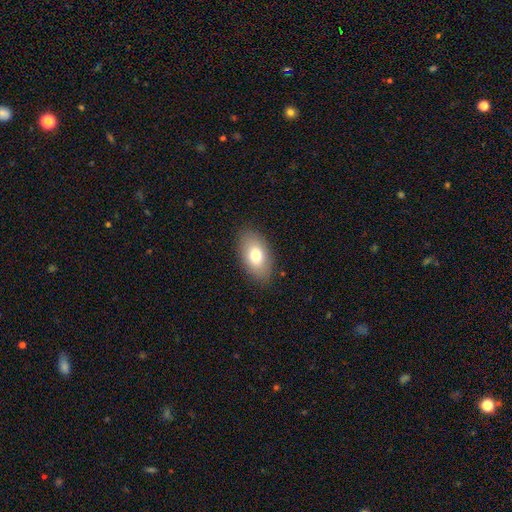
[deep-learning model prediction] This is likely a smooth galaxy (76%). How rounded: clearly in between (92%). Merging: clearly none (86%).